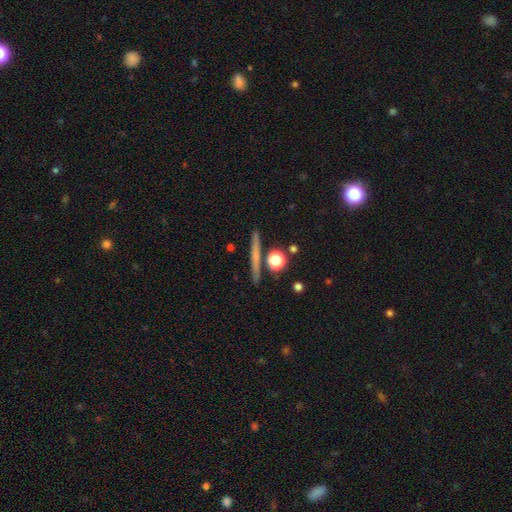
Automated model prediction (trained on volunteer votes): Smooth or featured: smooth — 47% (featured or disk — 43%)
Merging: none — 87% (minor disturbance — 7%)